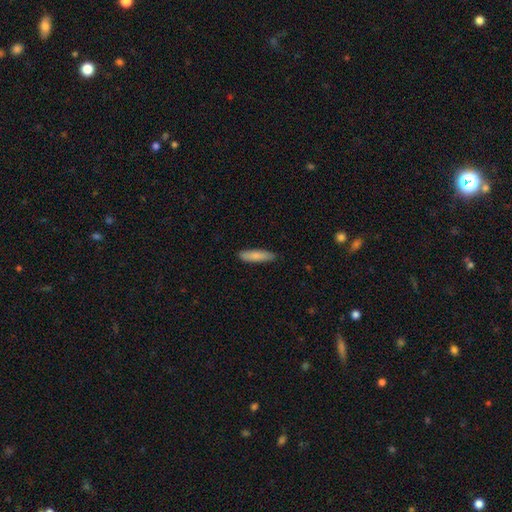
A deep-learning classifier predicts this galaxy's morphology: smooth 83%, featured or disk 11%, star or artifact 5%. Down the decision tree: how rounded — cigar-shaped (66%); merging — none (87%).